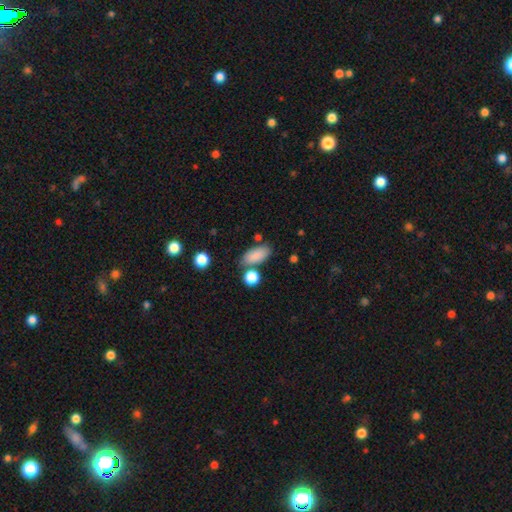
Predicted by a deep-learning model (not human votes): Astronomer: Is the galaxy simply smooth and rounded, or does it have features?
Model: smooth — 86%.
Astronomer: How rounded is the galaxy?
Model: in between — 88%.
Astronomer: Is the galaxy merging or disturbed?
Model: none — 70%.